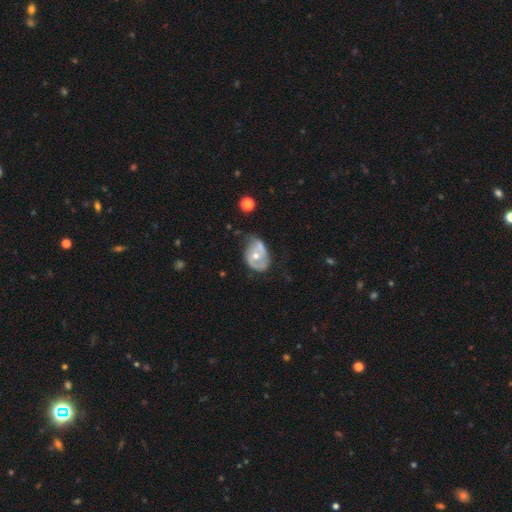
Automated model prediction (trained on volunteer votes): Overall: featured or disk (69%). Edge-on disk: no (96%). Bar: no (64%; weak 27%). Spiral arms: yes (69%; no 31%). Bulge size: moderate (65%; small 30%). Merging: none (38%; minor disturbance 36%).